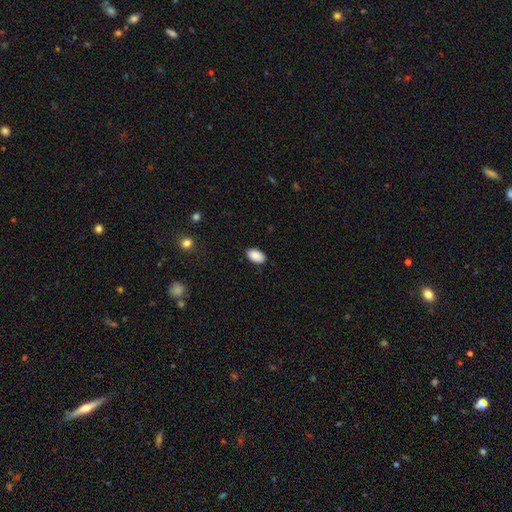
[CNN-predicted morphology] This is clearly a smooth galaxy (90%). How rounded: clearly in between (93%). Merging: clearly none (88%).